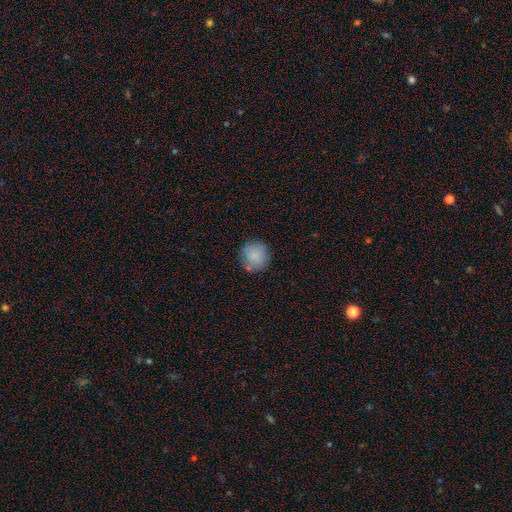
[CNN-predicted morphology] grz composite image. It shows a smooth galaxy with no disk features (85%) that is round (92%). Merging: none (79%).